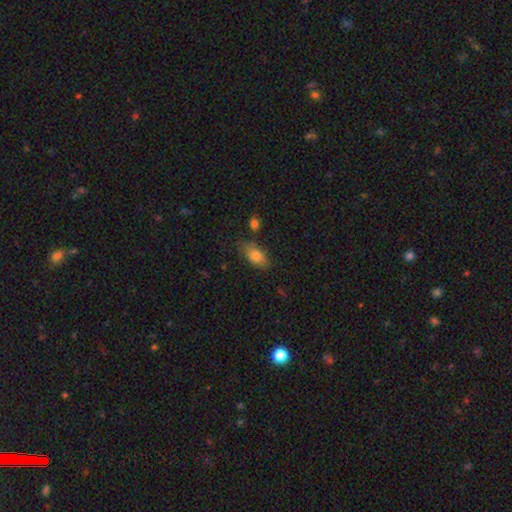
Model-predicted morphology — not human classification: Smooth or featured? Predicted: smooth (p=0.81). How rounded? Predicted: in between (p=0.88). Merging? Predicted: none (p=0.70).